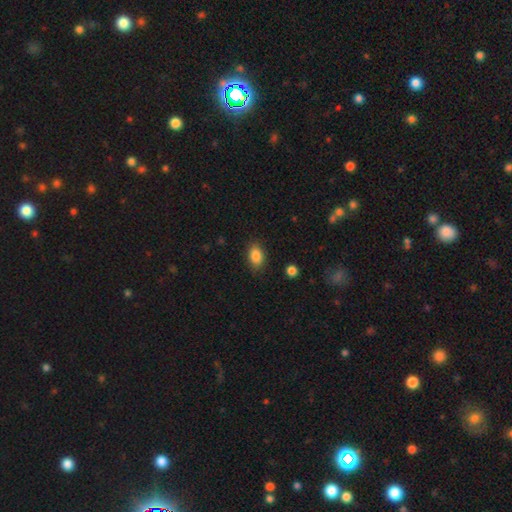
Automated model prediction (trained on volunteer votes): Morphology: type=smooth (86%); roundness=in between (86%); merging=none (85%).